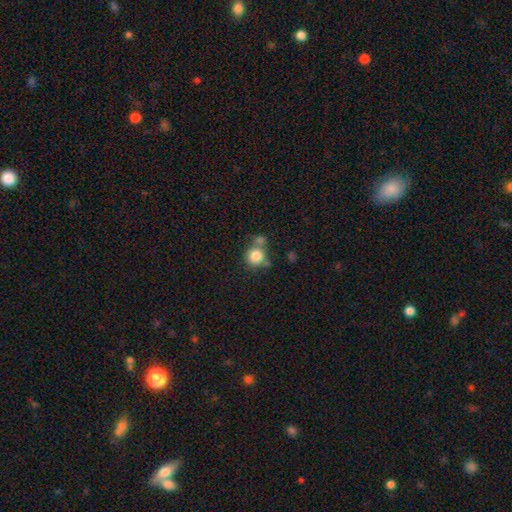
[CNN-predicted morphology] smooth-or-featured: smooth: 82% | star or artifact: 10% | featured or disk: 8%
  how-rounded: round: 90% | in between: 9% | cigar-shaped: 1%
  merging: none: 56% | merger: 26% | minor disturbance: 13% | major disturbance: 5%